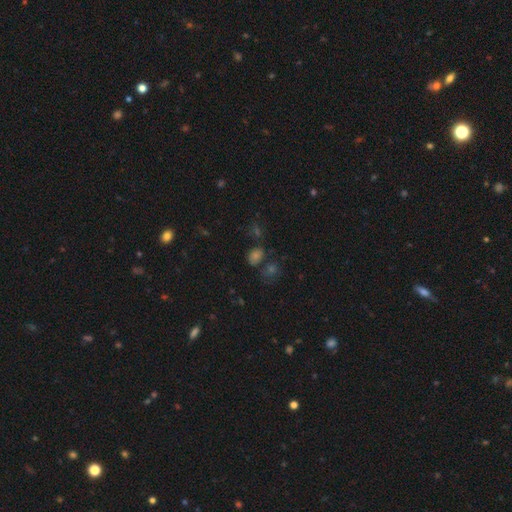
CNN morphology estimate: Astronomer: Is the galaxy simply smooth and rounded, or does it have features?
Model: smooth — 53% (runner-up: star or artifact, 36%).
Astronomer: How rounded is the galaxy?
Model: in between — 51% (runner-up: round, 47%).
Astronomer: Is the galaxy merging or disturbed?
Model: none — 60%.